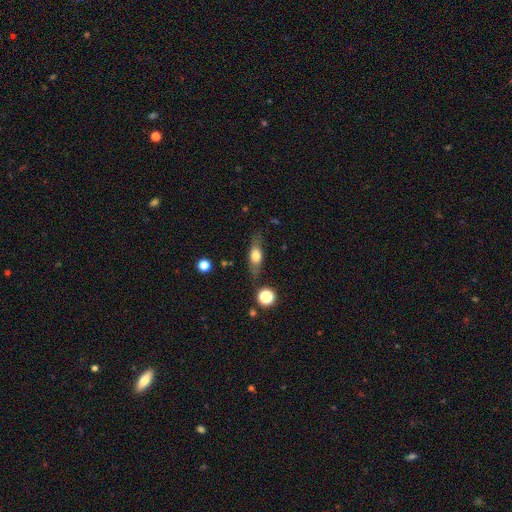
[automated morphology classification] Smooth or featured?
  - smooth: 60% *
  - featured or disk: 32%
  - star or artifact: 8%
How rounded?
  - in between: 60% *
  - cigar-shaped: 32%
  - round: 9%
Merging?
  - none: 75% *
  - minor disturbance: 17%
  - major disturbance: 5%
  - merger: 3%